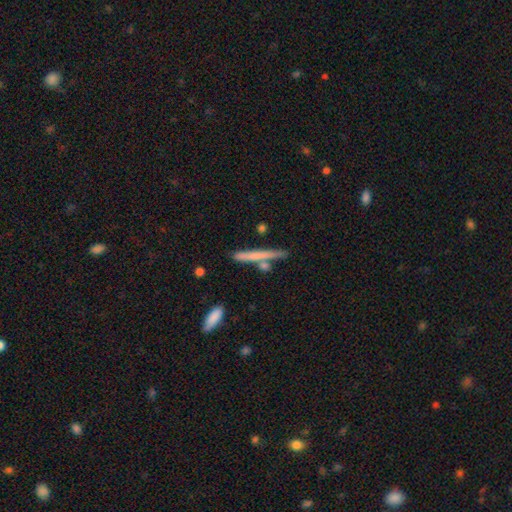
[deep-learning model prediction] smooth_or_featured: smooth (p=0.58) [alt: featured or disk p=0.36]
how_rounded: cigar-shaped (p=0.95) [alt: in between p=0.03]
merging: none (p=0.73) [alt: minor disturbance p=0.12]